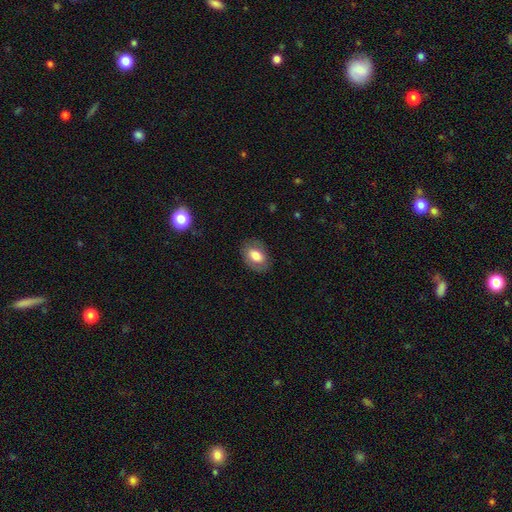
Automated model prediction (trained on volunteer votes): The model was most divided on "smooth or featured": smooth: 72%, featured or disk: 21%, star or artifact: 8%. More confident: how rounded — in between (84%); merging — none (82%).